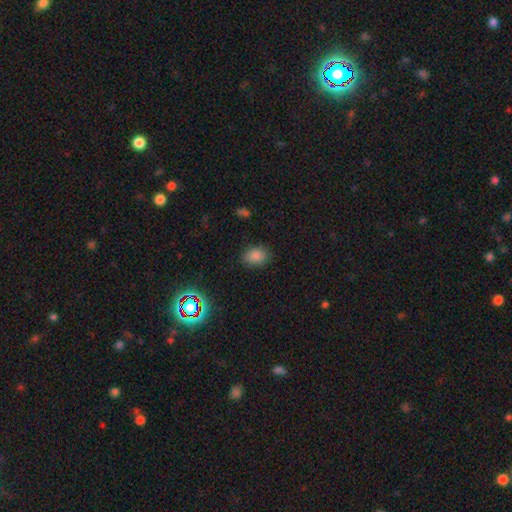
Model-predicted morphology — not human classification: Smooth or featured? Predicted: smooth (p=0.83). How rounded? Predicted: in between (p=0.74). Merging? Predicted: none (p=0.82).